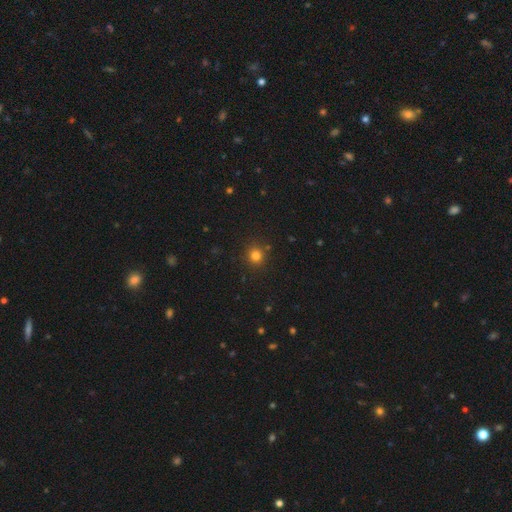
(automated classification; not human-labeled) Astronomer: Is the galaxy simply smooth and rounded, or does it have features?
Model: smooth — 79%.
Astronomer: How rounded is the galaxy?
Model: round — 91%.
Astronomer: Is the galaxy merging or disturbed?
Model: none — 88%.